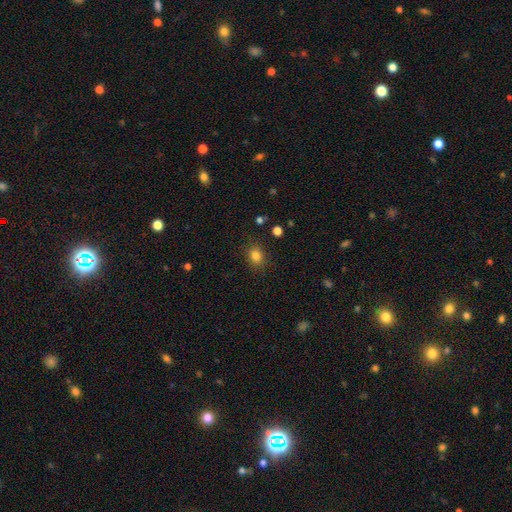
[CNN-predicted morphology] Smooth or featured? Predicted: smooth (p=0.83). How rounded? Predicted: round (p=0.52). Merging? Predicted: none (p=0.86).